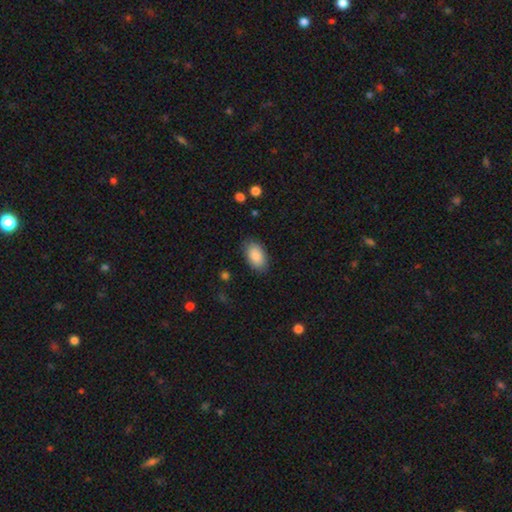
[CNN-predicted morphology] Smooth or featured? Predicted: smooth (p=0.87). How rounded? Predicted: in between (p=0.93). Merging? Predicted: none (p=0.84).